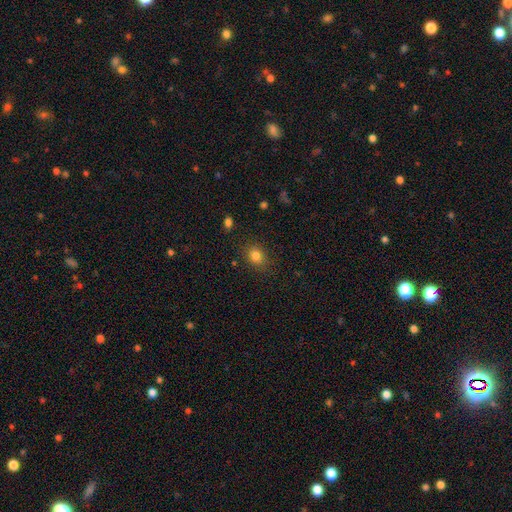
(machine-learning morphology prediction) Overall: smooth (82%). How rounded: round (55%; in between 44%). Merging: none (83%).